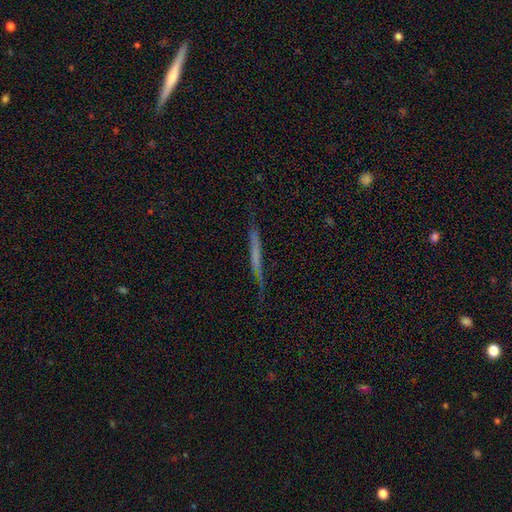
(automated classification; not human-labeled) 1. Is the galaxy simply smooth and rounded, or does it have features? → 49% featured or disk, 41% smooth, 9% star or artifact.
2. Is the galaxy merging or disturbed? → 80% none, 15% minor disturbance, 3% major disturbance, 2% merger.